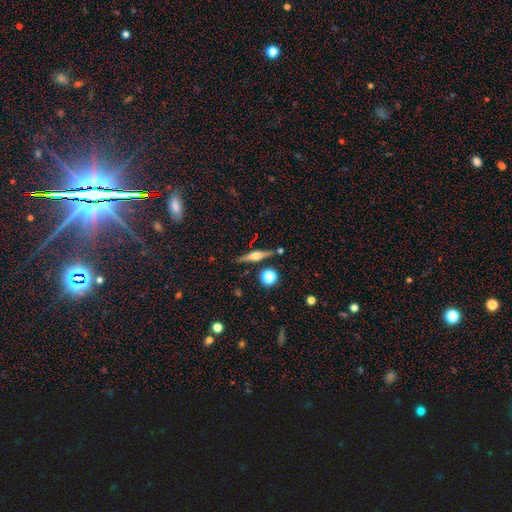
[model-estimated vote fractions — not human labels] Smooth or featured? Predicted: featured or disk (p=0.70). Edge-on disk? Predicted: yes (p=0.97). Edge-on bulge? Predicted: rounded (p=0.88). Merging? Predicted: none (p=0.85).